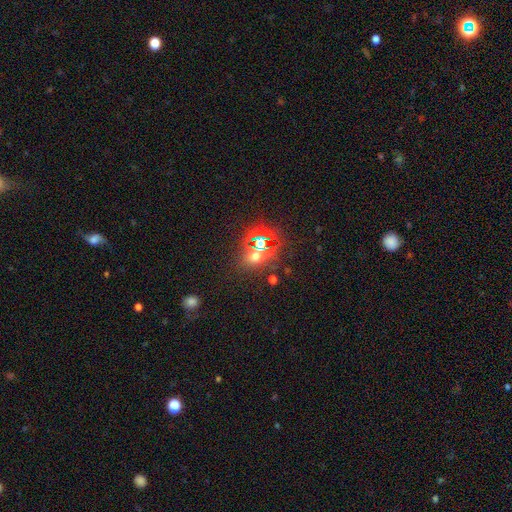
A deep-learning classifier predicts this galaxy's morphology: Smooth or featured? Predicted: star or artifact (p=0.54).